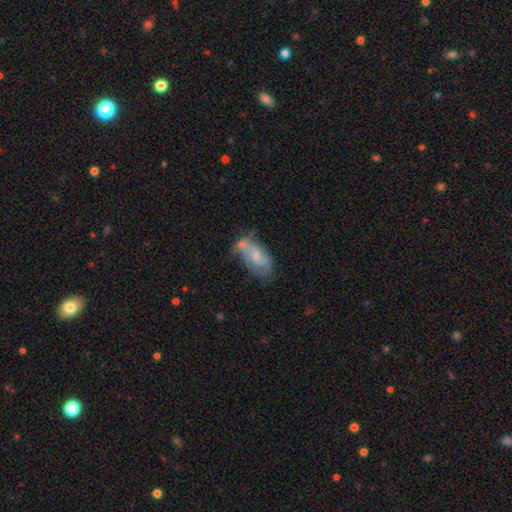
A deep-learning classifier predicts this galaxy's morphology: Q: Smooth or featured?
A: featured or disk (59%); runner-up: smooth (34%)
Q: Edge-on disk?
A: no (95%); runner-up: yes (5%)
Q: Bar?
A: no (51%); runner-up: weak (41%)
Q: Spiral arms?
A: yes (74%); runner-up: no (26%)
Q: Bulge size?
A: small (46%); runner-up: moderate (36%)
Q: Merging?
A: none (32%); runner-up: minor disturbance (26%)